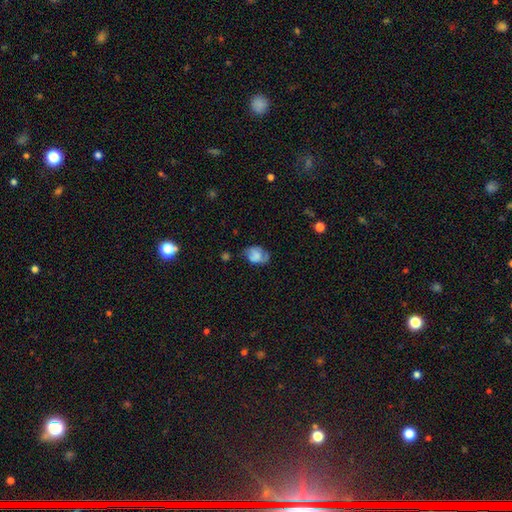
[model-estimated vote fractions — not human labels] smooth 57%, featured or disk 33%, star or artifact 10%. Down the decision tree: how rounded — in between (76%); merging — none (51%).